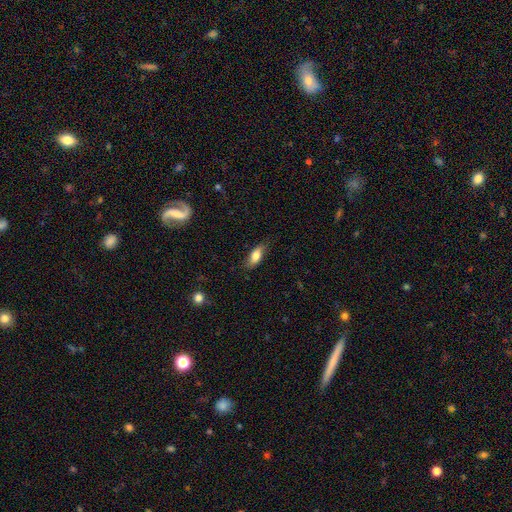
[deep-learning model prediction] Morphology: type=smooth (77%); roundness=in between (79%); merging=none (77%).